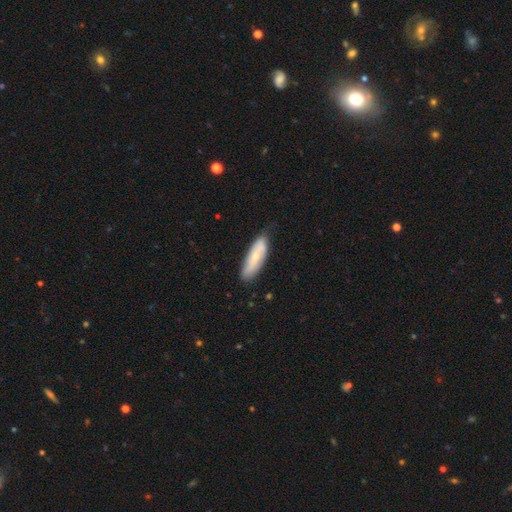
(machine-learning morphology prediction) A smooth galaxy with no disk features (60%) that is in between round and cigar-shaped (49%, tied with cigar-shaped). Merging: none (75%).